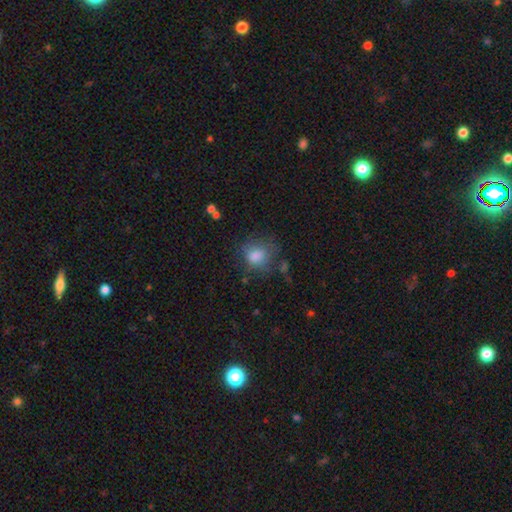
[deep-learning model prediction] This is likely a smooth galaxy (79%). How rounded: likely round (64%). Merging: possibly none (60%).